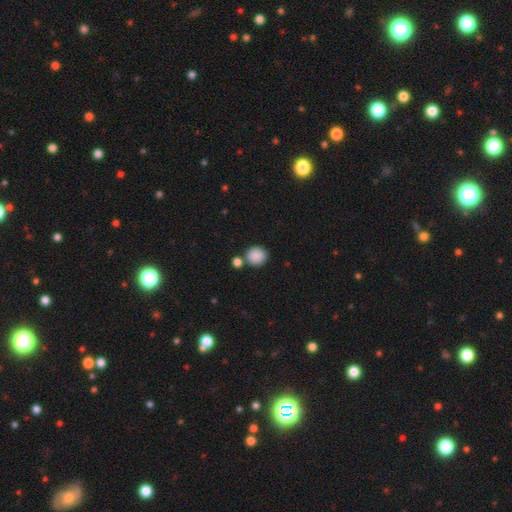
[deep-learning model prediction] Overall: smooth (88%). How rounded: round (90%). Merging: none (73%).